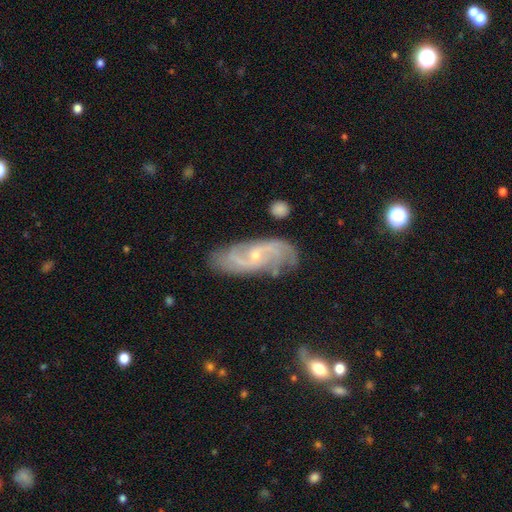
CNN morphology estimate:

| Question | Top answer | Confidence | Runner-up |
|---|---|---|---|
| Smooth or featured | featured or disk | 85% | smooth (8%) |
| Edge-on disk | no | 93% | yes (7%) |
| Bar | no | 52% | weak (38%) |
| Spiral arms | yes | 96% | no (4%) |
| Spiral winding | medium | 45% | tight (30%) |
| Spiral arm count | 2 | 51% | can't tell (19%) |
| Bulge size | small | 77% | moderate (20%) |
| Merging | none | 74% | minor disturbance (18%) |